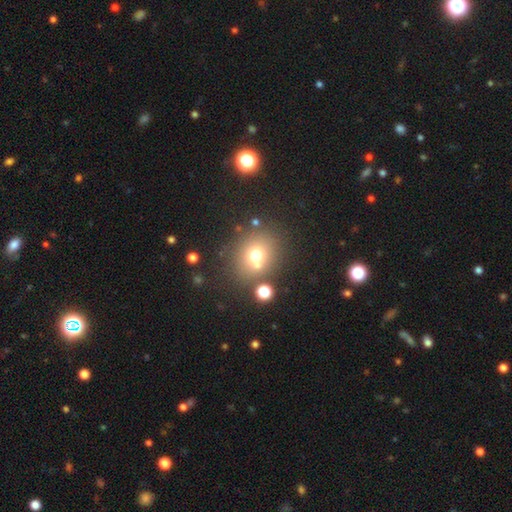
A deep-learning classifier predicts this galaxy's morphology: Smooth or featured?
  - smooth: 68% *
  - star or artifact: 17%
  - featured or disk: 16%
How rounded?
  - round: 71% *
  - in between: 28%
  - cigar-shaped: 1%
Merging?
  - none: 66% *
  - merger: 17%
  - minor disturbance: 11%
  - major disturbance: 5%